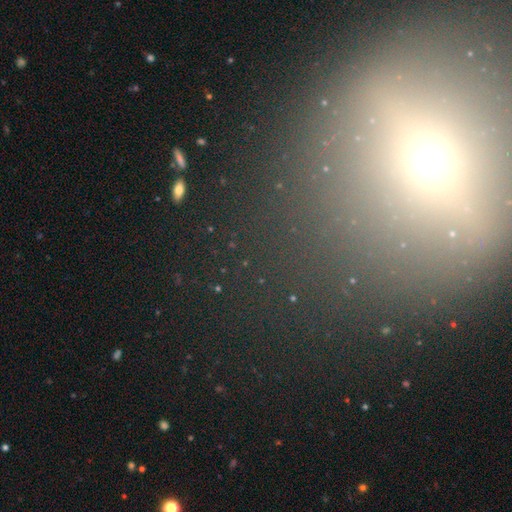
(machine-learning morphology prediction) This appears to be a star or artifact, not a galaxy (50%).